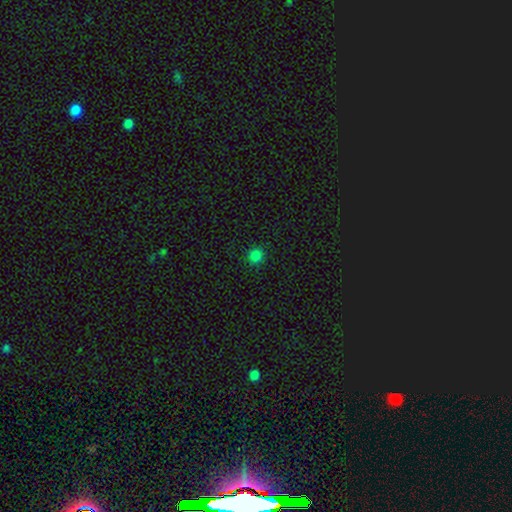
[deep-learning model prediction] Morphology: type=smooth (82%); roundness=round (91%); merging=none (91%).